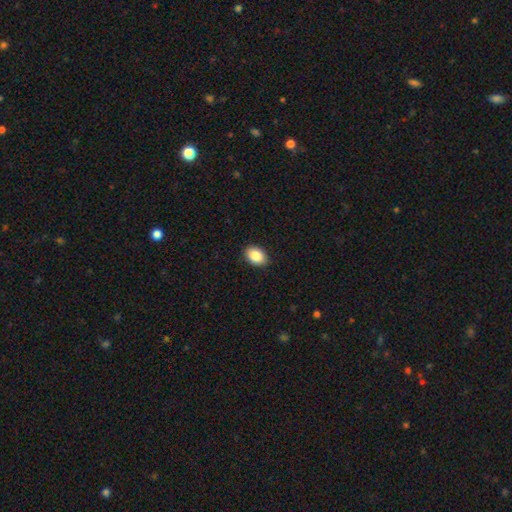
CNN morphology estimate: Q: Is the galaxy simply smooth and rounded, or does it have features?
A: smooth — 89%.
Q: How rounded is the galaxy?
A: in between — 81%.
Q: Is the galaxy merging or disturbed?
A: none — 90%.